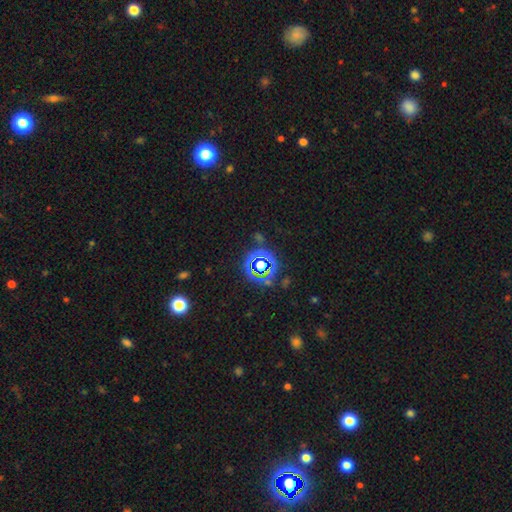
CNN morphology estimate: Smooth or featured? star or artifact (68%)